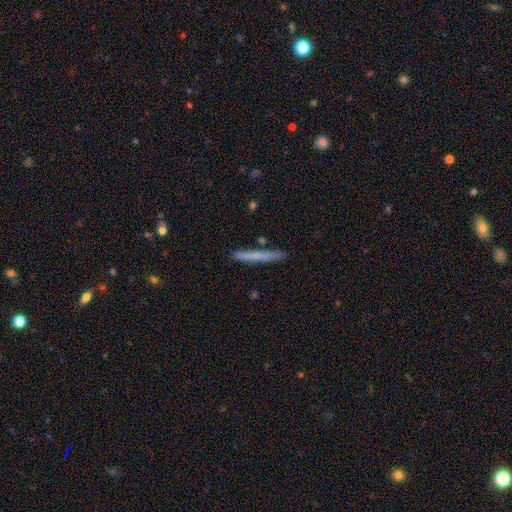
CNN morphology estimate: Smooth or featured? smooth (66%)
How rounded? cigar-shaped (97%)
Merging? none (87%)